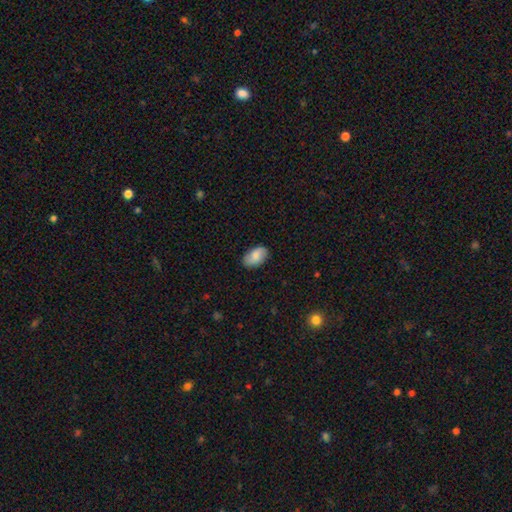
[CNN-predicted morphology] This is likely a smooth galaxy (78%). How rounded: clearly in between (93%). Merging: clearly none (85%).